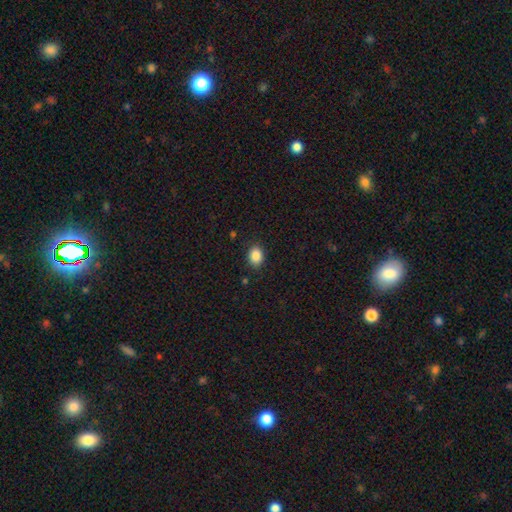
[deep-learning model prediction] smooth 87%, star or artifact 9%, featured or disk 4%. Down the decision tree: how rounded — in between (63%); merging — none (87%).